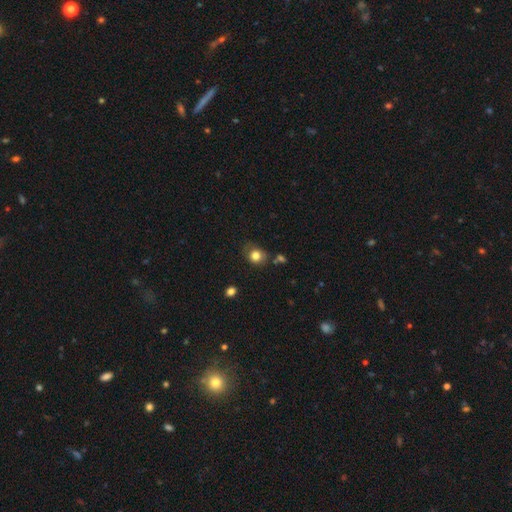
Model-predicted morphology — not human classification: smooth_or_featured: smooth (p=0.81) [alt: star or artifact p=0.10]
how_rounded: round (p=0.62) [alt: in between p=0.37]
merging: none (p=0.67) [alt: minor disturbance p=0.22]